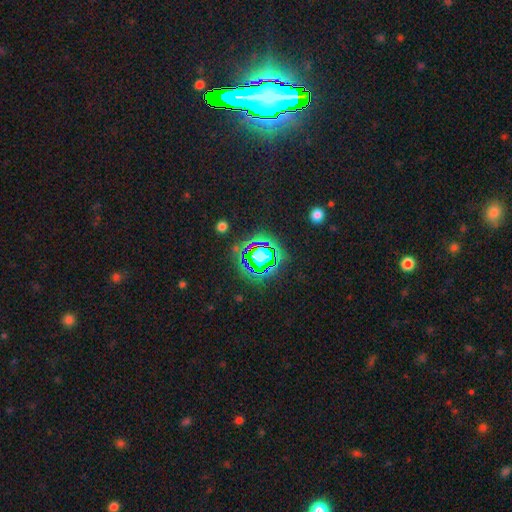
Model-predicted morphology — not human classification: Smooth or featured: star or artifact — 75% (smooth — 15%)